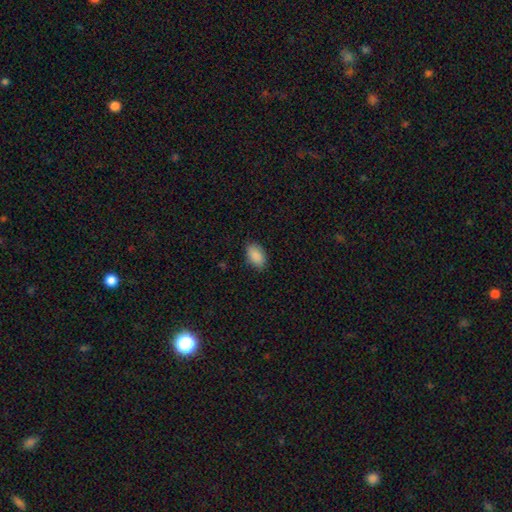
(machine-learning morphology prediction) This is clearly a smooth galaxy (90%). How rounded: clearly in between (92%). Merging: clearly none (86%).